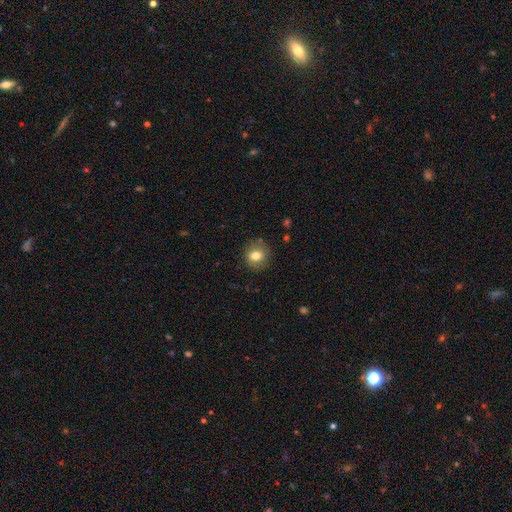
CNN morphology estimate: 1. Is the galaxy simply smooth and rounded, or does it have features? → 79% smooth, 10% featured or disk, 10% star or artifact.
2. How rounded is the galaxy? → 83% round, 16% in between, 1% cigar-shaped.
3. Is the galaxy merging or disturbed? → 86% none, 10% minor disturbance, 3% major disturbance, 1% merger.